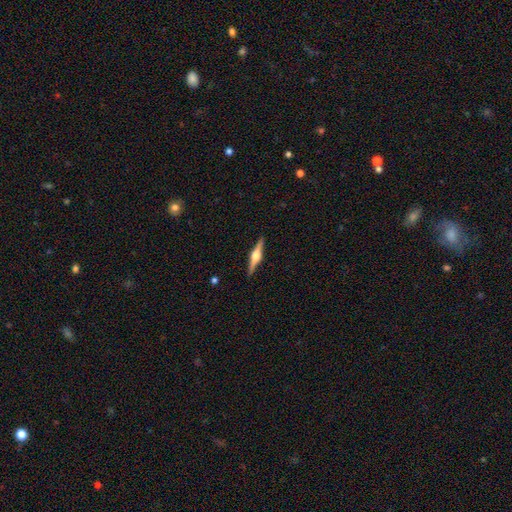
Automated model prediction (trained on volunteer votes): A featured or disk galaxy (80%) viewed edge-on (98%) with a rounded central bulge (92%). Merging: none (91%).